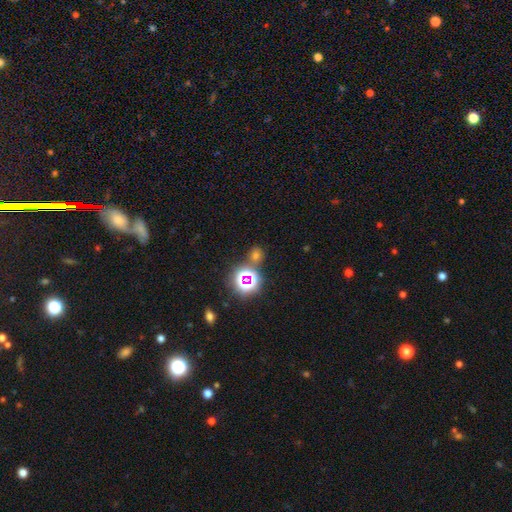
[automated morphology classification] The model was most divided on "smooth or featured": smooth: 53%, star or artifact: 40%, featured or disk: 7%. More confident: how rounded — round (81%); merging — none (75%).